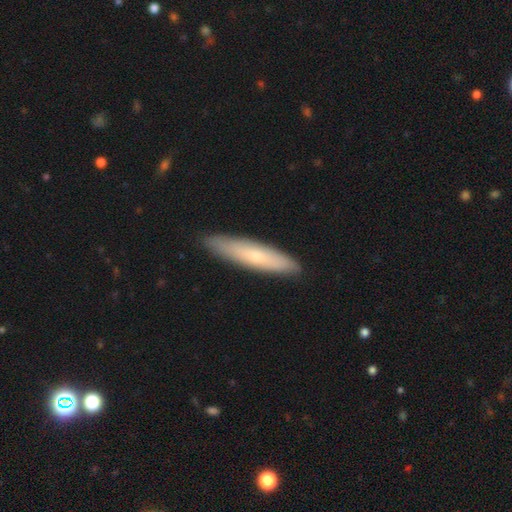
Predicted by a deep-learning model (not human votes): Overall: smooth (63%; featured or disk 31%). How rounded: cigar-shaped (83%). Merging: none (89%).